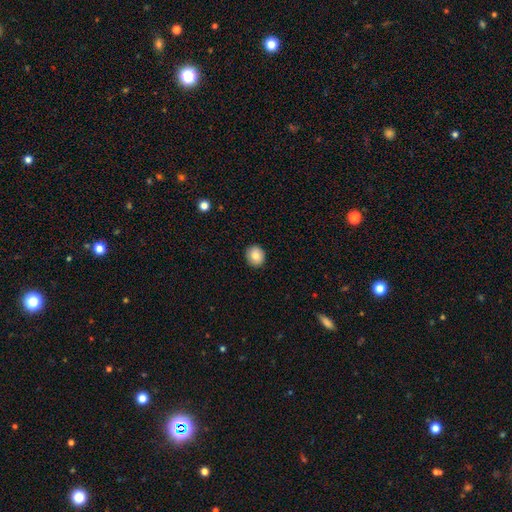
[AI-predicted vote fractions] The model was most divided on "how rounded": round: 72%, in between: 27%, cigar-shaped: 1%. More confident: merging — none (90%); smooth or featured — smooth (83%).